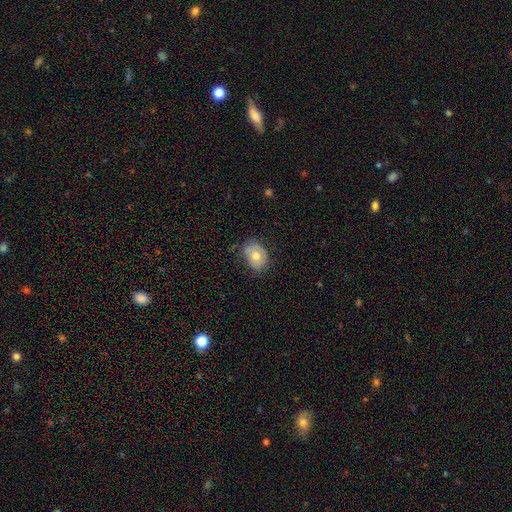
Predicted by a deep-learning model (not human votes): This appears to be a smooth galaxy with no disk features (68%) that is in between round and cigar-shaped (64%). Merging: none (70%).